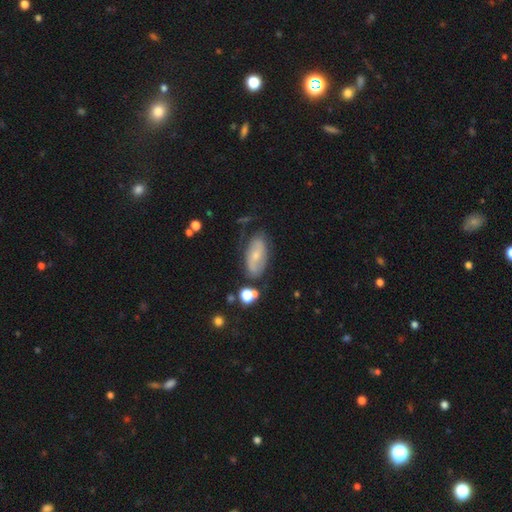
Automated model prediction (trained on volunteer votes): This is possibly a featured or disk galaxy (52%). It is clearly not viewed edge-on (89%). Merging: likely none (65%).